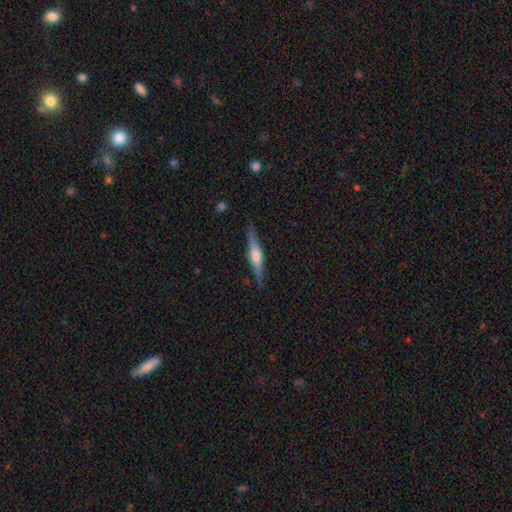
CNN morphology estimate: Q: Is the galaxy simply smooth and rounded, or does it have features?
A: featured or disk — 74%.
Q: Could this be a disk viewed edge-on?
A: yes — 98%.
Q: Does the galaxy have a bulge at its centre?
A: rounded — 80%.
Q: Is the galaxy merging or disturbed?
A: none — 89%.